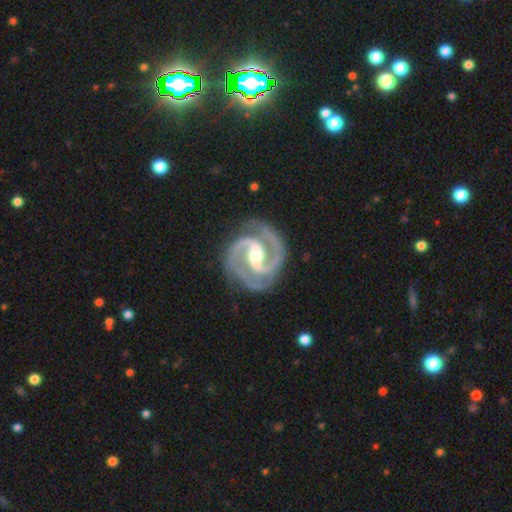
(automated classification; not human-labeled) smooth_or_featured: featured or disk (p=0.94) [alt: star or artifact p=0.03]
disk_edge_on: no (p=0.98) [alt: yes p=0.02]
bar: strong (p=0.44) [alt: weak p=0.40]
has_spiral_arms: yes (p=0.99) [alt: no p=0.01]
spiral_winding: medium (p=0.55) [alt: tight p=0.40]
spiral_arm_count: 2 (p=0.83) [alt: 3 p=0.11]
bulge_size: moderate (p=0.64) [alt: small p=0.30]
merging: none (p=0.81) [alt: minor disturbance p=0.14]